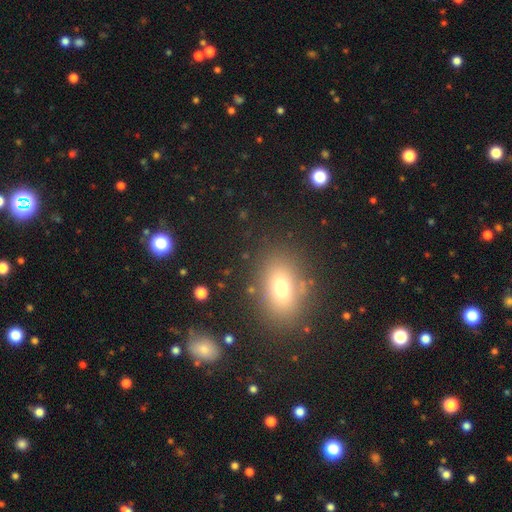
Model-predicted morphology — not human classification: A smooth galaxy with no disk features (61%) that is in between round and cigar-shaped (77%). Merging: none (86%).